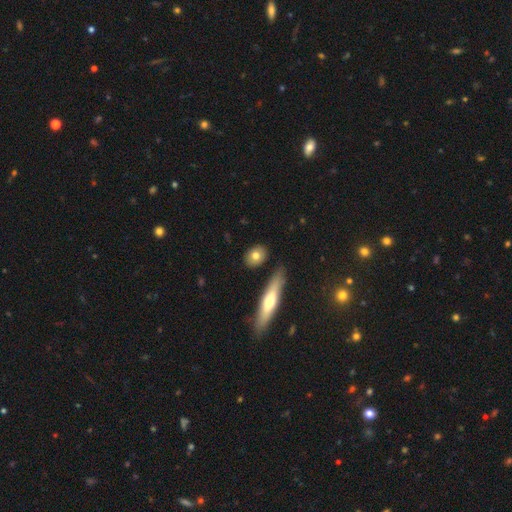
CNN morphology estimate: Overall: smooth (76%). How rounded: in between (50%; round 43%). Merging: none (84%).